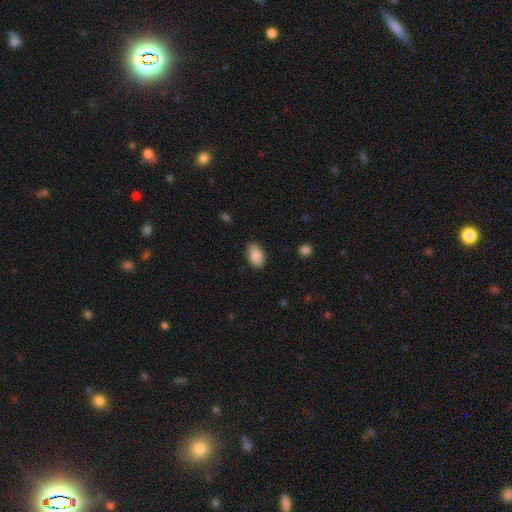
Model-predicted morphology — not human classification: Smooth or featured?
  - smooth: 88% *
  - star or artifact: 7%
  - featured or disk: 5%
How rounded?
  - in between: 93% *
  - round: 6%
  - cigar-shaped: 1%
Merging?
  - none: 85% *
  - minor disturbance: 12%
  - major disturbance: 3%
  - merger: 1%